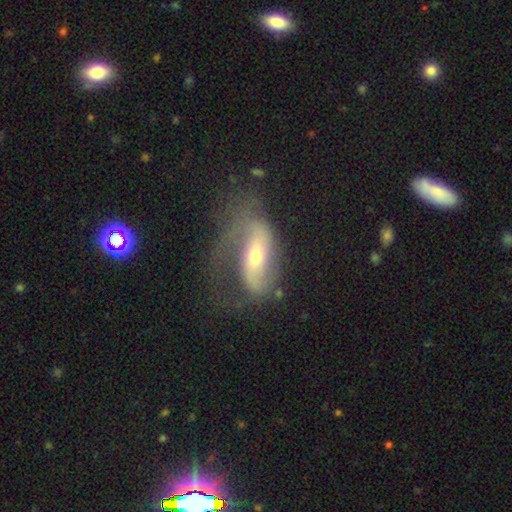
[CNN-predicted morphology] smooth_or_featured: featured or disk (p=0.66) [alt: smooth p=0.27]
disk_edge_on: no (p=0.89) [alt: yes p=0.11]
bar: no (p=0.45) [alt: weak p=0.28]
has_spiral_arms: yes (p=0.74) [alt: no p=0.26]
bulge_size: moderate (p=0.51) [alt: small p=0.43]
merging: major disturbance (p=0.39) [alt: none p=0.34]